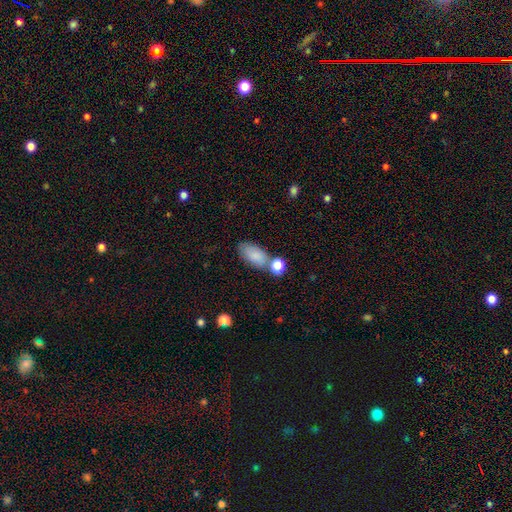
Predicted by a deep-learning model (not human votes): smooth 85%, featured or disk 8%, star or artifact 7%. Down the decision tree: how rounded — in between (92%); merging — none (56%).